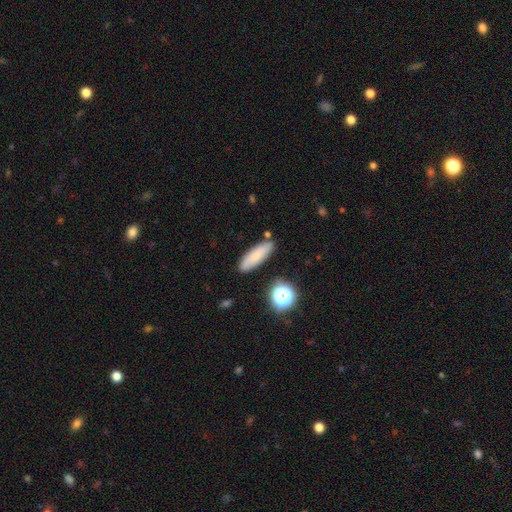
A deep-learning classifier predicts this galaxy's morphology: A smooth galaxy with no disk features (78%) that is cigar-shaped (50%).

Vote fractions:
- Smooth or featured? smooth: 78% / featured or disk: 12% / star or artifact: 10%
- How rounded? cigar-shaped: 50% / in between: 46% / round: 4%
- Merging? none: 84% / minor disturbance: 11% / merger: 3% / major disturbance: 3%